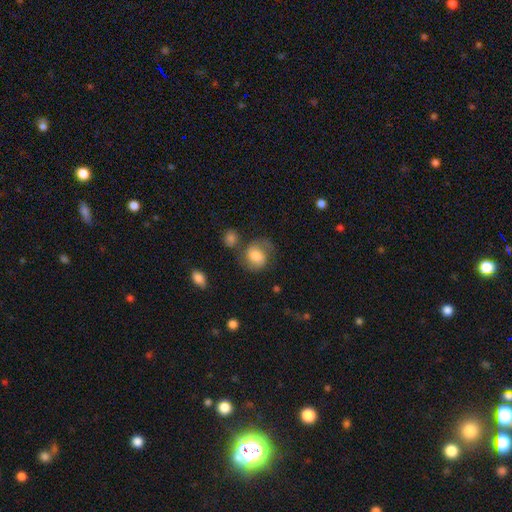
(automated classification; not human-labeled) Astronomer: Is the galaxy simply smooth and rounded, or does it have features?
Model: smooth — 52% (runner-up: featured or disk, 40%).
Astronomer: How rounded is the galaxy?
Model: round — 65%.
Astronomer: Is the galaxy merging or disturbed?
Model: none — 52%.